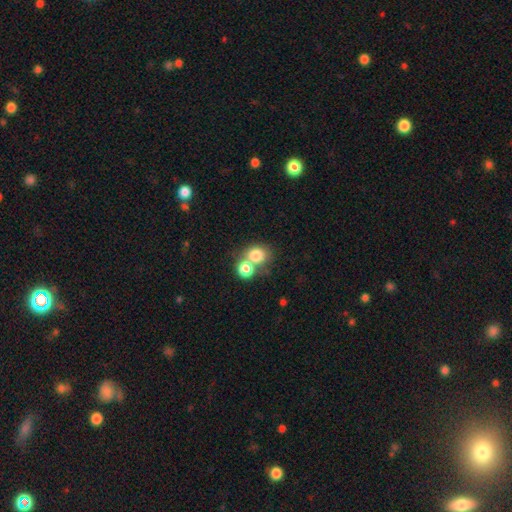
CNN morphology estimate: Q: Smooth or featured?
A: smooth (77%); runner-up: star or artifact (12%)
Q: How rounded?
A: round (74%); runner-up: in between (25%)
Q: Merging?
A: merger (49%); runner-up: none (40%)